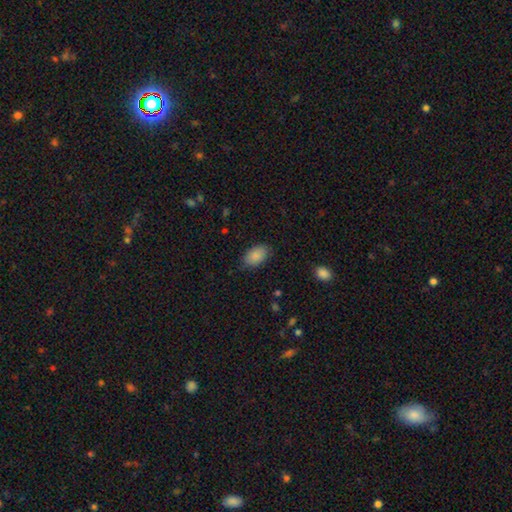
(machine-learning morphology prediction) Q: Smooth or featured?
A: smooth (88%); runner-up: star or artifact (7%)
Q: How rounded?
A: in between (92%); runner-up: round (7%)
Q: Merging?
A: none (81%); runner-up: minor disturbance (14%)